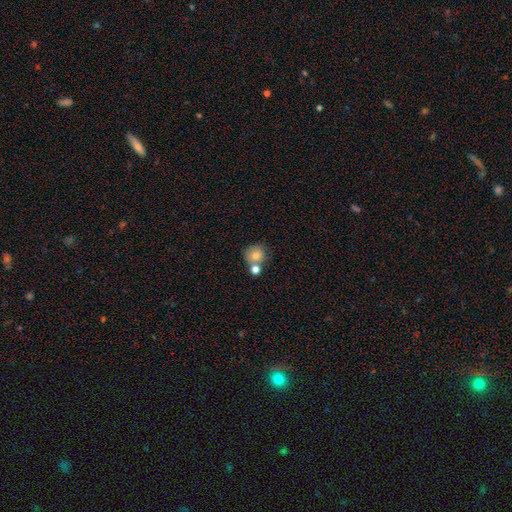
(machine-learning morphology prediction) This appears to be a smooth galaxy with no disk features (77%) that is round (87%). Merging: none (52%).